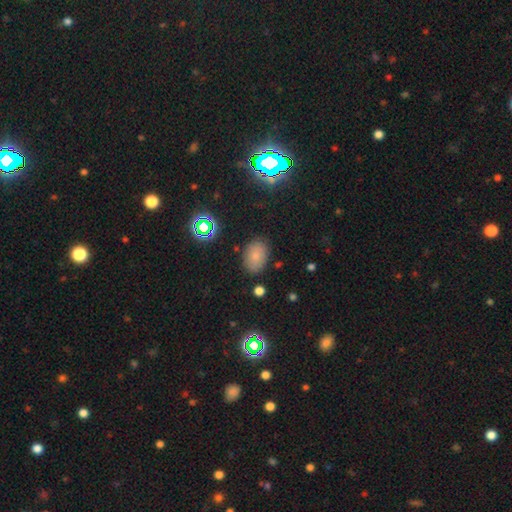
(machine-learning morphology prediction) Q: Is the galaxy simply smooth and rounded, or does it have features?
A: smooth — 75%.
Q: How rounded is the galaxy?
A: in between — 82%.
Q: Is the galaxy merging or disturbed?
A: none — 83%.